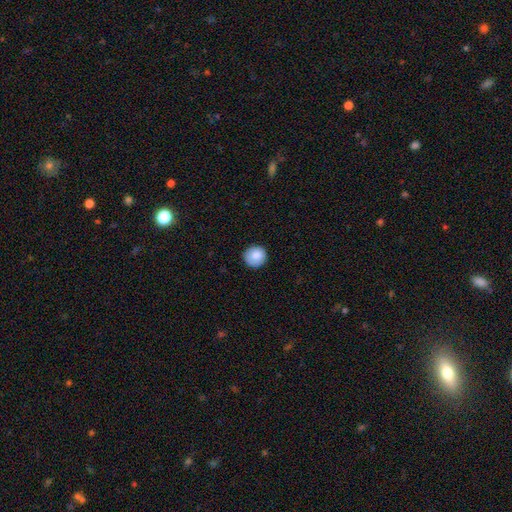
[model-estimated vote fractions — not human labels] Morphology: type=smooth (85%); roundness=round (94%); merging=none (85%).